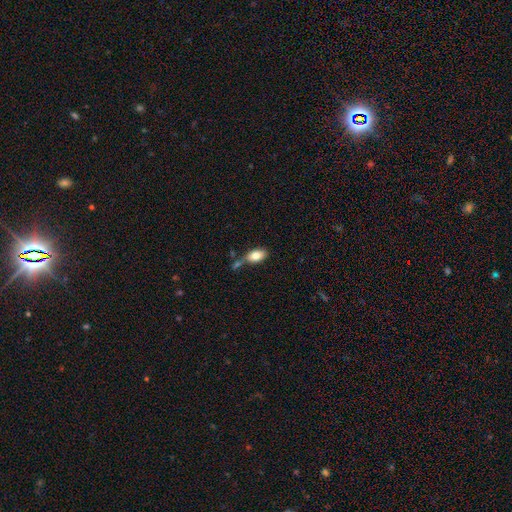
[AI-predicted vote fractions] This is clearly a smooth galaxy (82%). How rounded: clearly in between (91%). Merging: possibly none (51%).